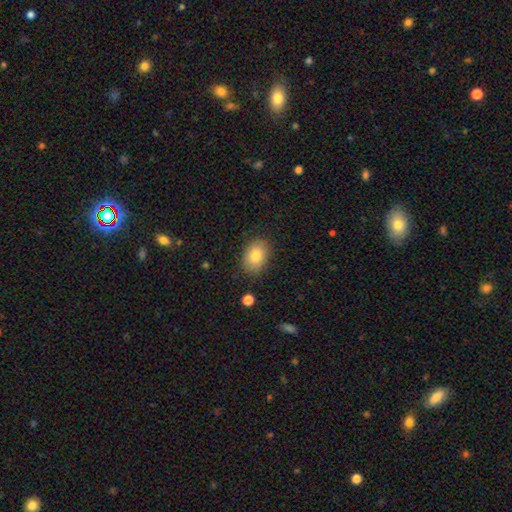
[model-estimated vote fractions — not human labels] Q: Smooth or featured?
A: smooth (81%); runner-up: featured or disk (11%)
Q: How rounded?
A: in between (78%); runner-up: round (21%)
Q: Merging?
A: none (85%); runner-up: minor disturbance (11%)